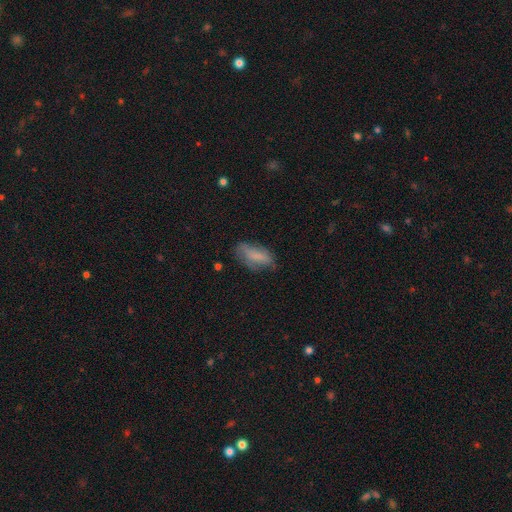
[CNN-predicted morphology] smooth_or_featured: smooth (p=0.71) [alt: featured or disk p=0.21]
how_rounded: in between (p=0.81) [alt: cigar-shaped p=0.16]
merging: none (p=0.55) [alt: minor disturbance p=0.30]